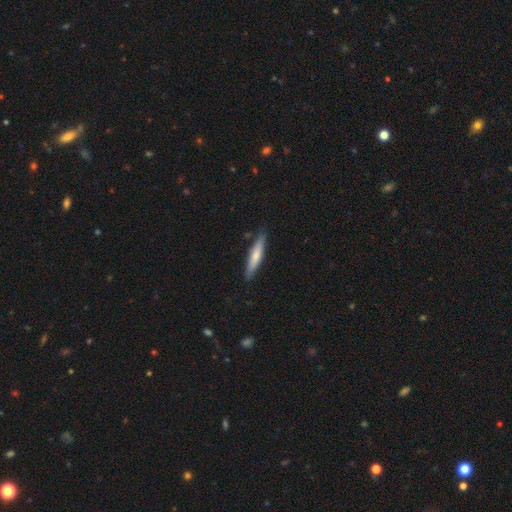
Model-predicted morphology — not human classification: smooth 62%, featured or disk 33%, star or artifact 5%. Down the decision tree: how rounded — cigar-shaped (89%); merging — none (85%).